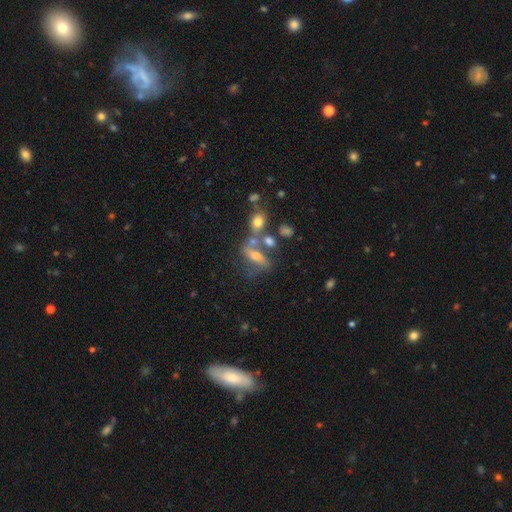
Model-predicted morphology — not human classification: type=smooth (46%); merging=none (40%).